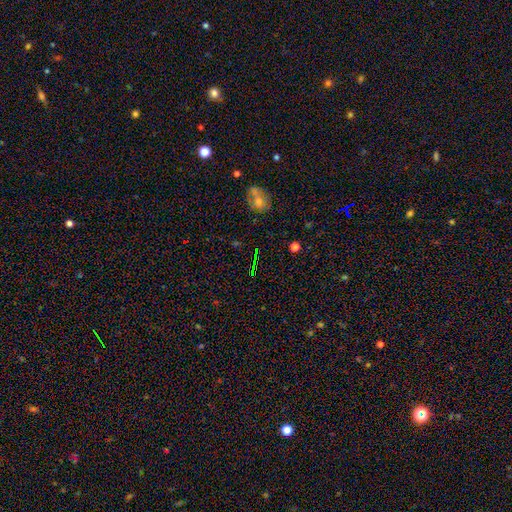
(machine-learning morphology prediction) Overall: star or artifact (59%; smooth 24%).